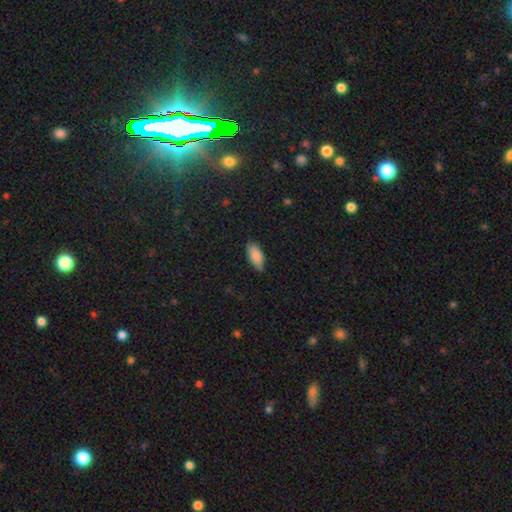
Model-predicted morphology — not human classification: Smooth or featured: smooth — 87% (star or artifact — 6%)
How rounded: in between — 90% (cigar-shaped — 8%)
Merging: none — 79% (minor disturbance — 18%)